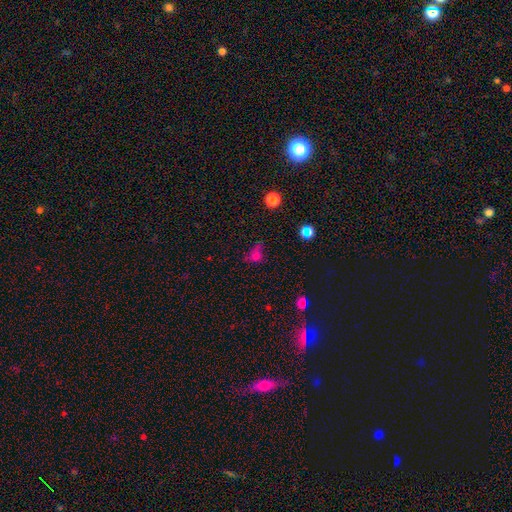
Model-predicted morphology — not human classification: smooth_or_featured: smooth (p=0.58) [alt: star or artifact p=0.29]
how_rounded: in between (p=0.50) [alt: round p=0.46]
merging: none (p=0.42) [alt: minor disturbance p=0.27]